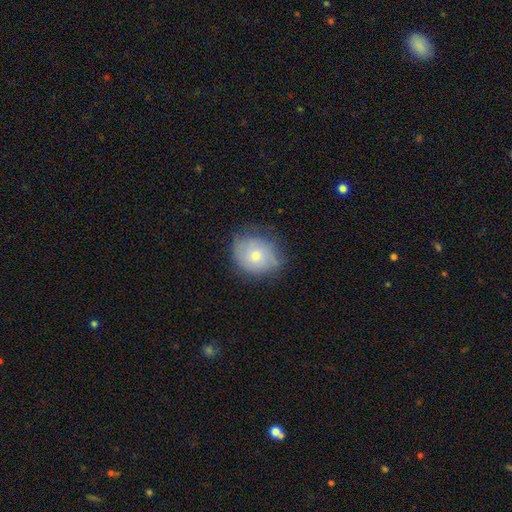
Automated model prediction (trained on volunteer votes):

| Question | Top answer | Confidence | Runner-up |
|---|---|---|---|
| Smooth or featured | smooth | 67% | featured or disk (25%) |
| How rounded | round | 64% | in between (35%) |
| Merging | none | 61% | minor disturbance (29%) |